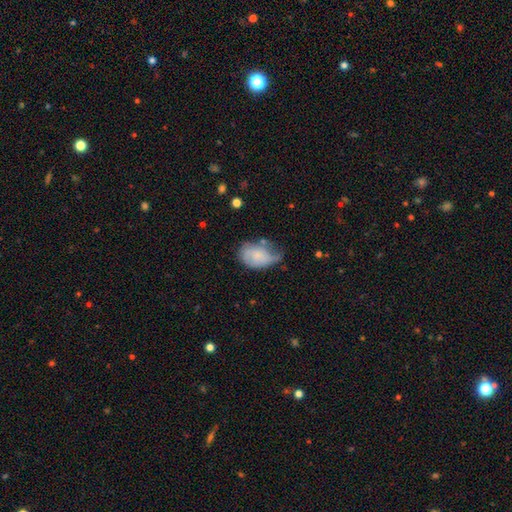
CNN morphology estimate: Smooth or featured?
  - smooth: 65% *
  - featured or disk: 27%
  - star or artifact: 8%
How rounded?
  - in between: 84% *
  - round: 15%
  - cigar-shaped: 1%
Merging?
  - minor disturbance: 43% *
  - major disturbance: 27%
  - none: 26%
  - merger: 5%